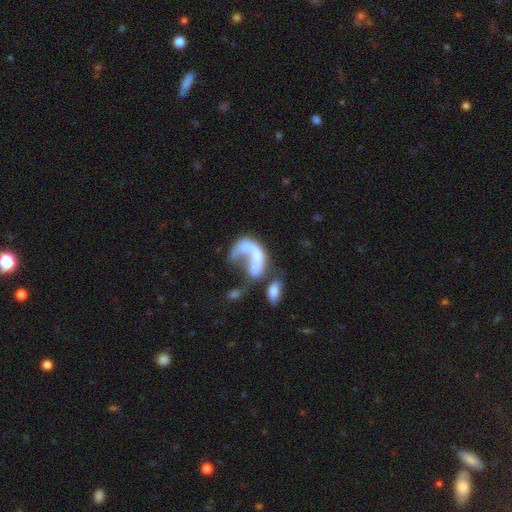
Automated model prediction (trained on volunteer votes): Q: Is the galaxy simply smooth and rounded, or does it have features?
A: featured or disk — 59%.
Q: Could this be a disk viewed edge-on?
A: no — 96%.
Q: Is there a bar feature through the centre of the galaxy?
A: no — 76%.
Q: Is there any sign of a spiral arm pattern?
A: no — 63%.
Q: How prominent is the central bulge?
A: none — 53%.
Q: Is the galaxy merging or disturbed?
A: merger — 45%.